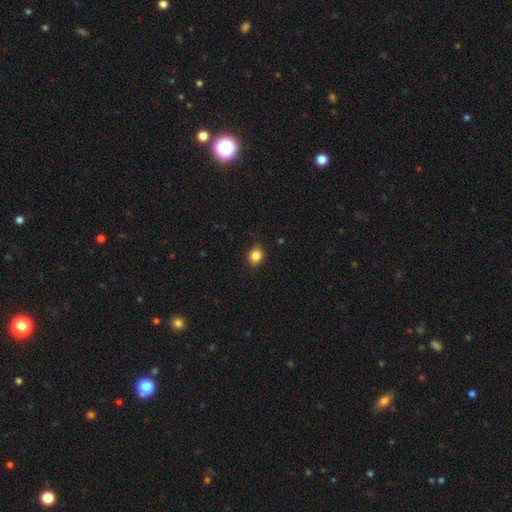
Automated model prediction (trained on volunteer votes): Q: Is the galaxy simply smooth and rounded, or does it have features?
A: smooth — 84%.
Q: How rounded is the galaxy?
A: round — 54%.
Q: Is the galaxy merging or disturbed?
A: none — 83%.